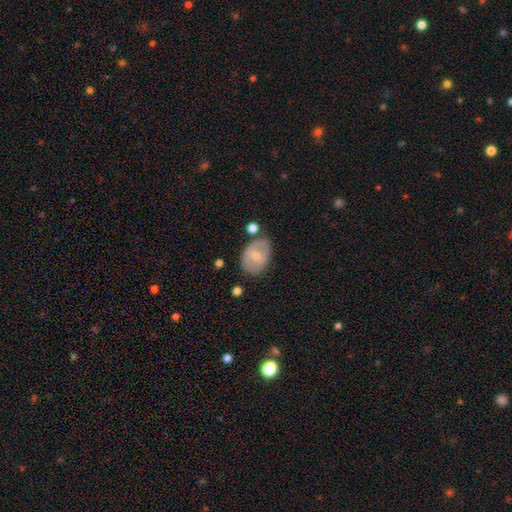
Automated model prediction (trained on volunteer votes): The model was most divided on "smooth or featured" (2-way tie): featured or disk: 47%, smooth: 47%, star or artifact: 7%. More confident: merging — none (66%).